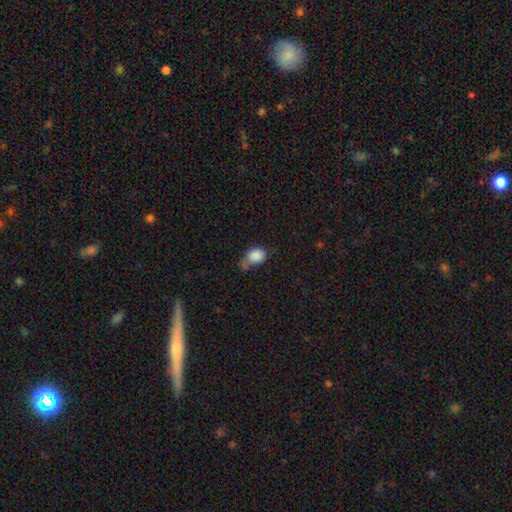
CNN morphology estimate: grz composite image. It shows a smooth galaxy with no disk features (86%) that is in between round and cigar-shaped (58%). Merging: none (39%).